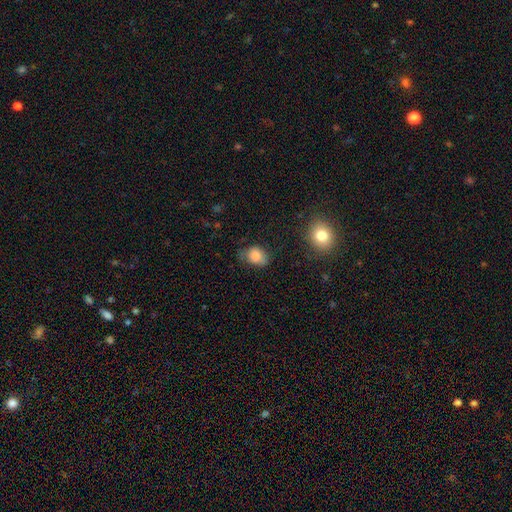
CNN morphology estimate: A smooth galaxy with no disk features (82%) that is in between round and cigar-shaped (58%). Merging: none (55%).